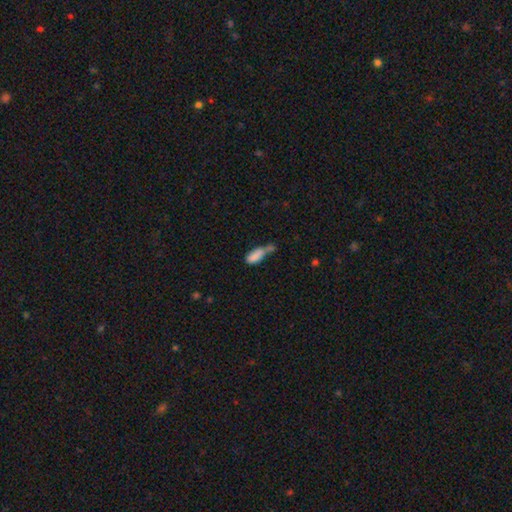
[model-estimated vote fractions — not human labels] smooth 80%, featured or disk 10%, star or artifact 9%. Down the decision tree: how rounded — in between (74%); merging — merger (38%).